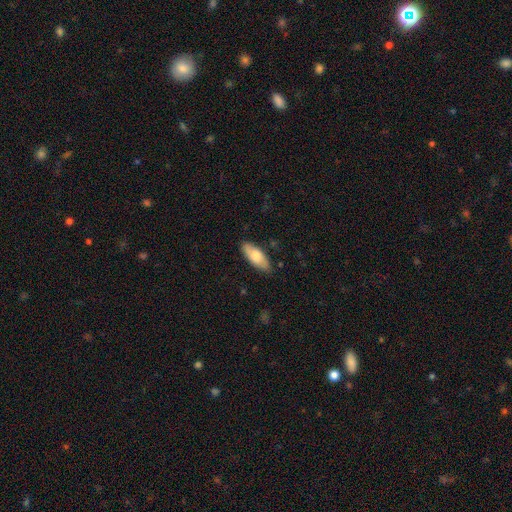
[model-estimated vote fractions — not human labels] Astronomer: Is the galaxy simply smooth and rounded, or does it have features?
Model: smooth — 73%.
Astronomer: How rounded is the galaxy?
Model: in between — 79%.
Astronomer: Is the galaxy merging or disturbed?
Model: none — 82%.